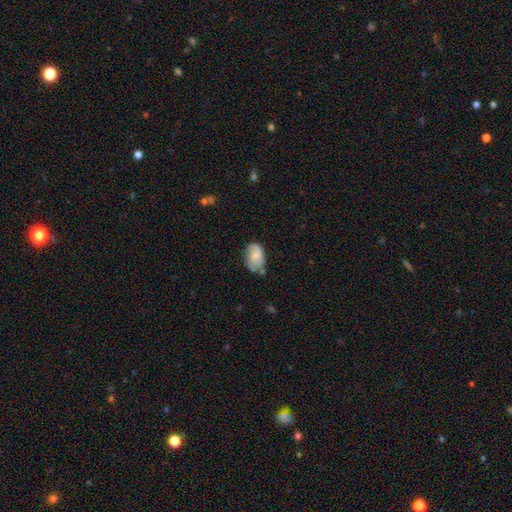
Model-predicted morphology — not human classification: smooth_or_featured: smooth (p=0.65) [alt: featured or disk p=0.27]
how_rounded: in between (p=0.85) [alt: round p=0.14]
merging: none (p=0.54) [alt: minor disturbance p=0.31]